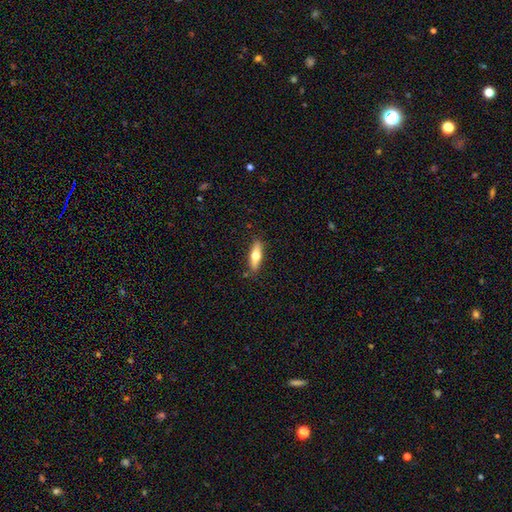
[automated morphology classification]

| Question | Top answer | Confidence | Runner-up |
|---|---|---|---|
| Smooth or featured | smooth | 58% | featured or disk (36%) |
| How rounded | cigar-shaped | 55% | in between (43%) |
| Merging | none | 86% | minor disturbance (10%) |